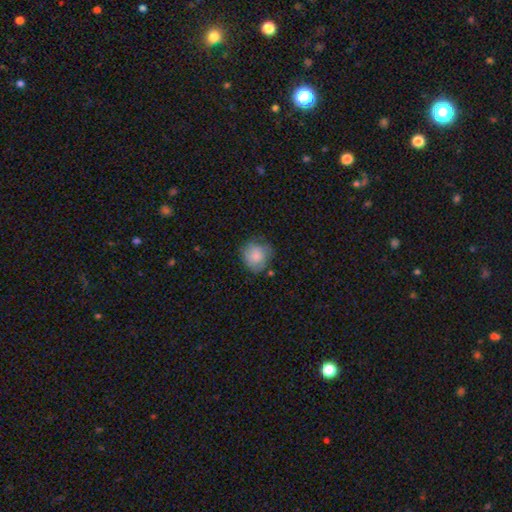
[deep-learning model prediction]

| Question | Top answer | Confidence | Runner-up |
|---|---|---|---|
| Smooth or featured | smooth | 76% | featured or disk (16%) |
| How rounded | round | 85% | in between (14%) |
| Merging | none | 67% | minor disturbance (24%) |